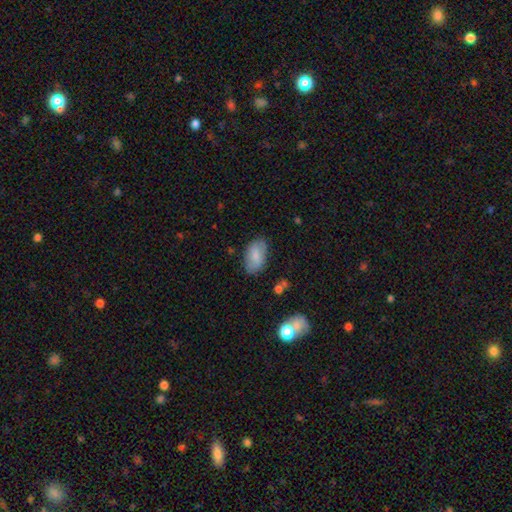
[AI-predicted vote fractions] A smooth galaxy with no disk features (75%) that is in between round and cigar-shaped (94%).

Vote fractions:
- Smooth or featured? smooth: 75% / featured or disk: 18% / star or artifact: 7%
- How rounded? in between: 94% / round: 4% / cigar-shaped: 2%
- Merging? none: 77% / minor disturbance: 17% / major disturbance: 4% / merger: 2%